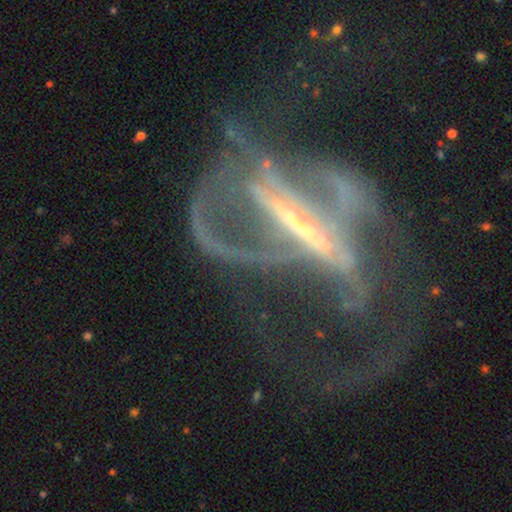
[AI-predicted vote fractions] smooth_or_featured: featured or disk (p=0.79) [alt: star or artifact p=0.12]
disk_edge_on: no (p=0.78) [alt: yes p=0.22]
bar: strong (p=0.59) [alt: no p=0.22]
has_spiral_arms: yes (p=0.58) [alt: no p=0.42]
bulge_size: small (p=0.42) [alt: moderate p=0.33]
merging: major disturbance (p=0.49) [alt: none p=0.21]